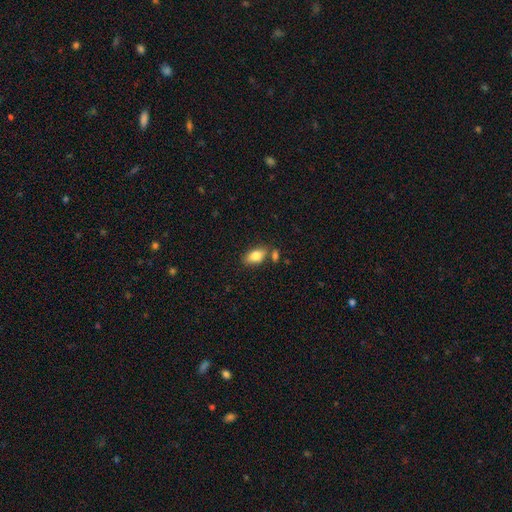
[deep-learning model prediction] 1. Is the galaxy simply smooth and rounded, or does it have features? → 82% smooth, 11% featured or disk, 7% star or artifact.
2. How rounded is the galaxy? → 90% in between, 6% round, 4% cigar-shaped.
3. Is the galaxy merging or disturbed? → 71% none, 13% minor disturbance, 13% merger, 3% major disturbance.